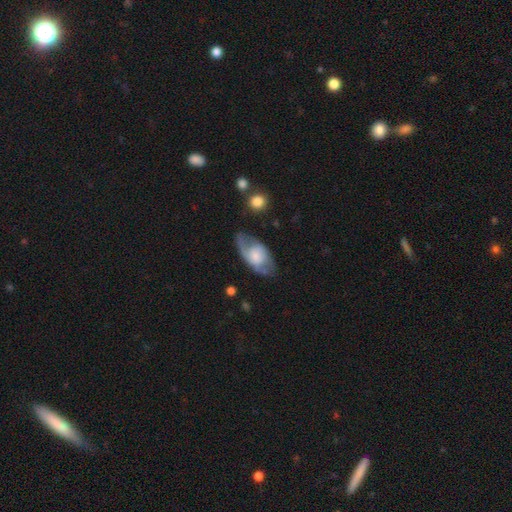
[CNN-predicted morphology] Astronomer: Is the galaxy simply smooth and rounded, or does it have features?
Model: featured or disk — 57% (runner-up: smooth, 37%).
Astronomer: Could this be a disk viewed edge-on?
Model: no — 92%.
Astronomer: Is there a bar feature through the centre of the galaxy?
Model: no — 66%.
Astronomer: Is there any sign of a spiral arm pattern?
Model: yes — 76%.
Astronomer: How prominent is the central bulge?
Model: small — 33%, tied with moderate at 33%.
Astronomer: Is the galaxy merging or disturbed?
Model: none — 53%.